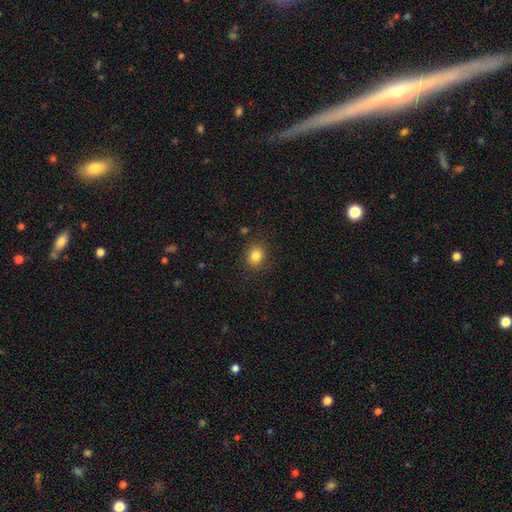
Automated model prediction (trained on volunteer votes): Smooth or featured?
  - smooth: 84% *
  - star or artifact: 11%
  - featured or disk: 6%
How rounded?
  - round: 59% *
  - in between: 40%
  - cigar-shaped: 1%
Merging?
  - none: 87% *
  - minor disturbance: 9%
  - major disturbance: 3%
  - merger: 1%